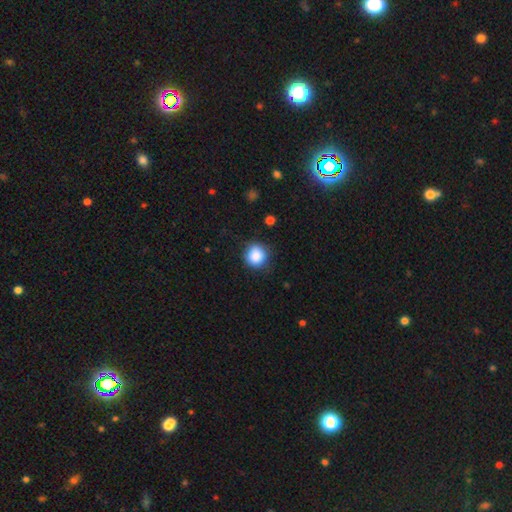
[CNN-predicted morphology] Smooth or featured? smooth (87%)
How rounded? round (90%)
Merging? none (82%)